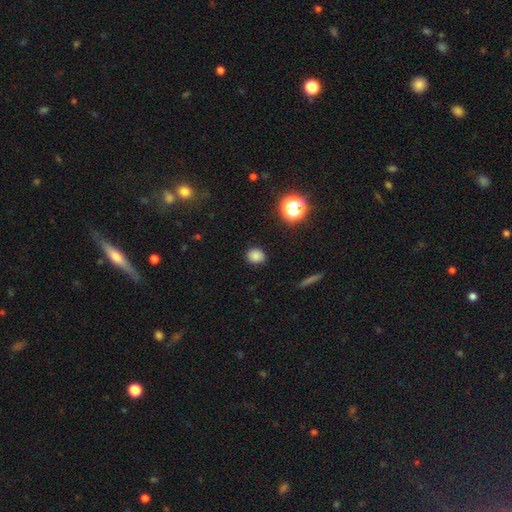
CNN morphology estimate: Q: Smooth or featured?
A: smooth (81%); runner-up: star or artifact (14%)
Q: How rounded?
A: round (66%); runner-up: in between (33%)
Q: Merging?
A: none (84%); runner-up: minor disturbance (12%)